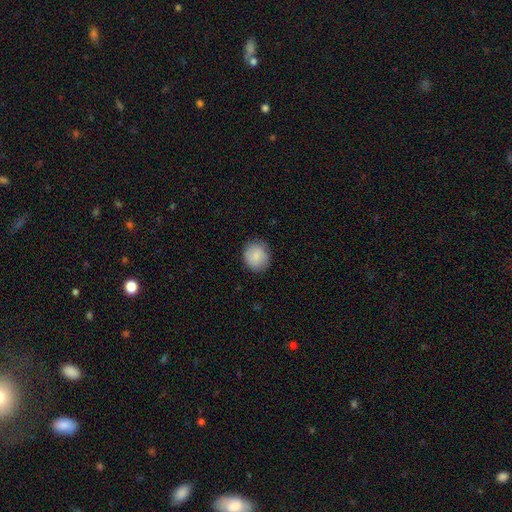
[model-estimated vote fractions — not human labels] smooth_or_featured: smooth (p=0.85) [alt: featured or disk p=0.08]
how_rounded: round (p=0.84) [alt: in between p=0.15]
merging: none (p=0.85) [alt: minor disturbance p=0.12]